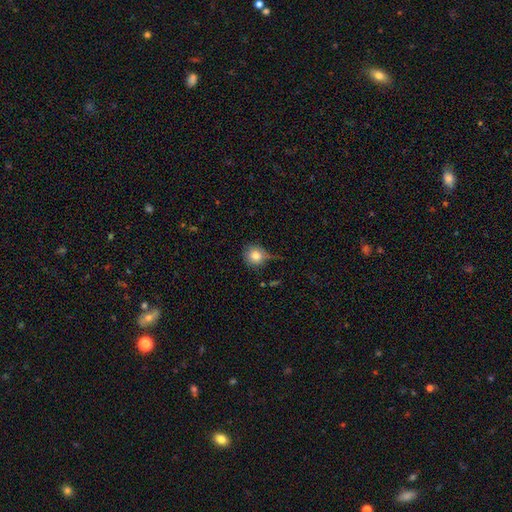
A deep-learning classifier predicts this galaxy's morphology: This appears to be a smooth galaxy with no disk features (79%) that is round (89%). Merging: none (58%).